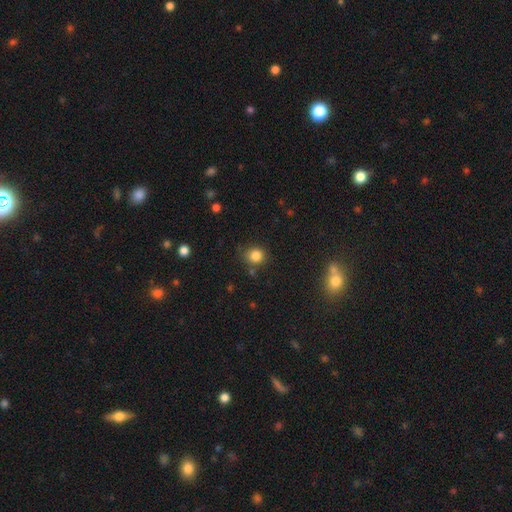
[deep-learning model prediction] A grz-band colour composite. It shows a smooth galaxy with no disk features (83%) that is round (84%). Merging: none (79%).